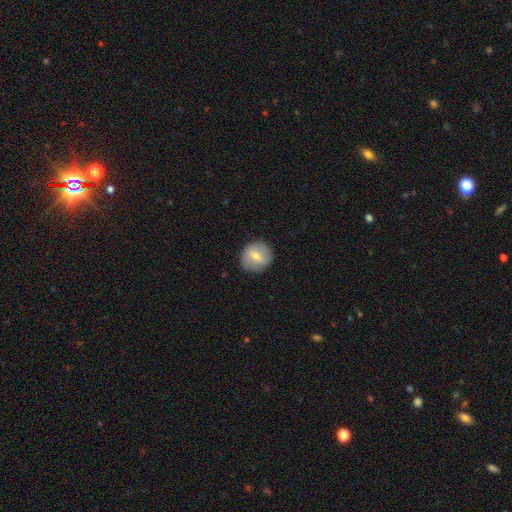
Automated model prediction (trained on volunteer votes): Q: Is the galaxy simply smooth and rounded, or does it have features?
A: smooth — 59%.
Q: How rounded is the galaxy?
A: round — 91%.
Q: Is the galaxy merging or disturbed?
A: none — 87%.